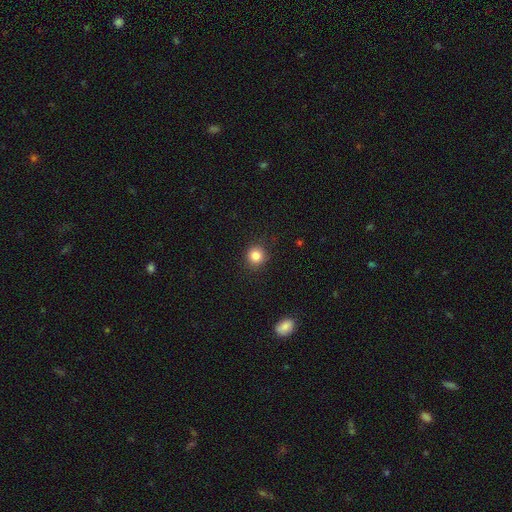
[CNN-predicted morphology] Smooth or featured? Predicted: smooth (p=0.85). How rounded? Predicted: round (p=0.89). Merging? Predicted: none (p=0.89).